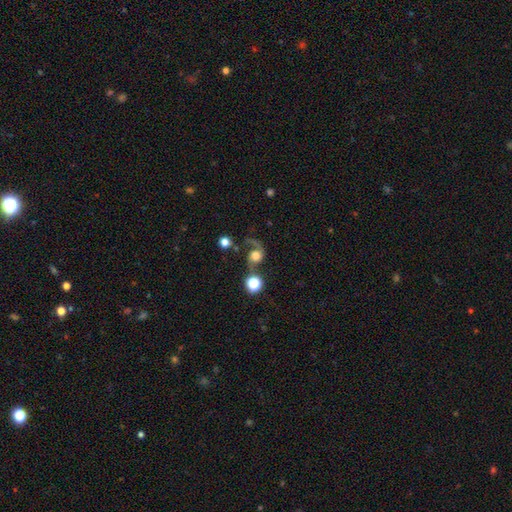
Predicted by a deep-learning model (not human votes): This is possibly a featured or disk galaxy (60%). It is clearly not viewed edge-on (97%). Bar: likely no (75%). Spiral arm pattern: clearly yes (89%). Spiral arm count: possibly 2 (57%). Spiral winding: likely loose (68%). Central bulge: marginally large (40%). Merging: marginally none (43%).